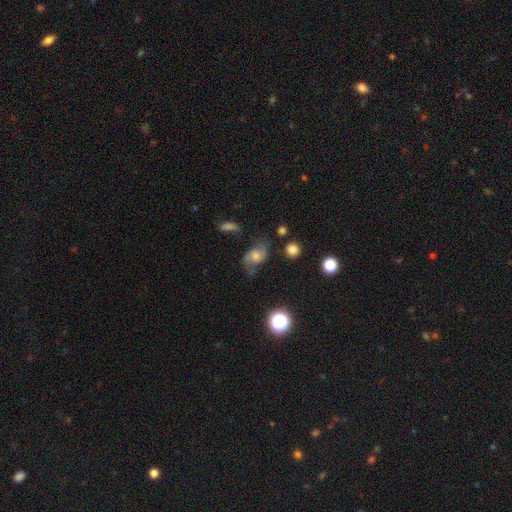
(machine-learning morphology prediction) This appears to be a featured or disk galaxy (59%) with no bar (64%), spiral arms (88%) and a moderate central bulge (56%). Merging: none (62%).